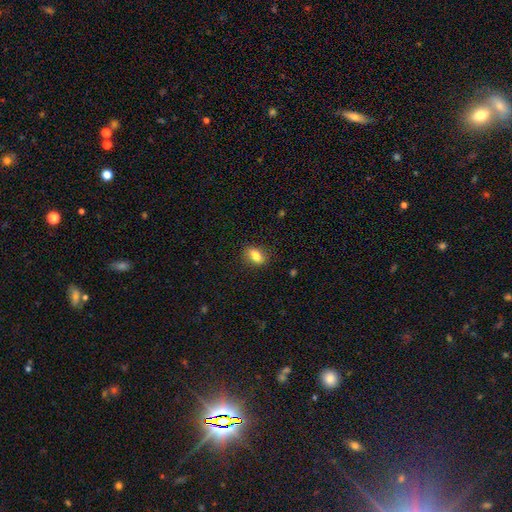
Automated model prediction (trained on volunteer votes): A smooth galaxy with no disk features (81%) that is in between round and cigar-shaped (82%). Merging: none (85%).